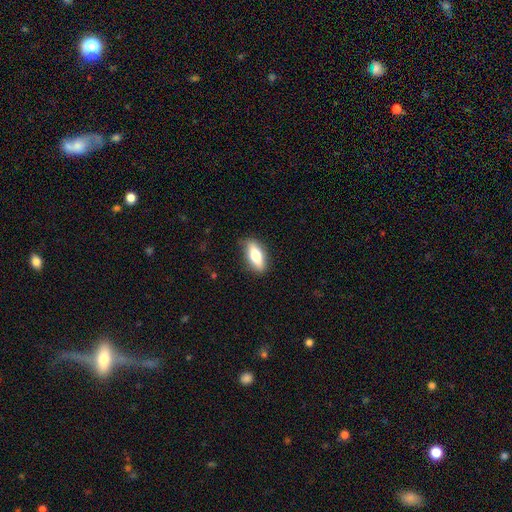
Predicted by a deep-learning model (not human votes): smooth_or_featured: smooth (p=0.67) [alt: featured or disk p=0.26]
how_rounded: in between (p=0.73) [alt: cigar-shaped p=0.23]
merging: none (p=0.83) [alt: minor disturbance p=0.13]